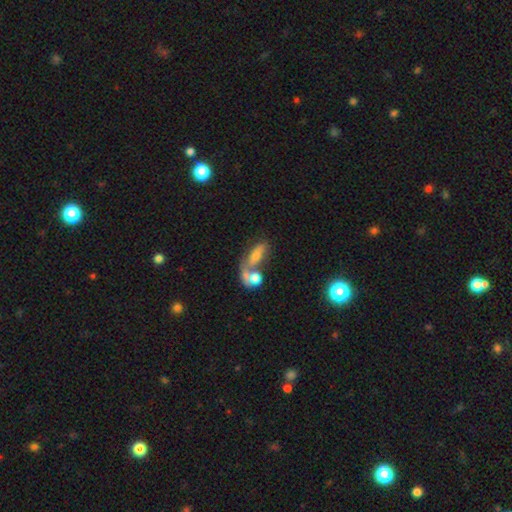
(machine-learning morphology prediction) The model was most divided on "merging": merger: 47%, none: 29%, major disturbance: 13%, minor disturbance: 12%. More confident: how rounded — in between (68%); smooth or featured — smooth (54%).